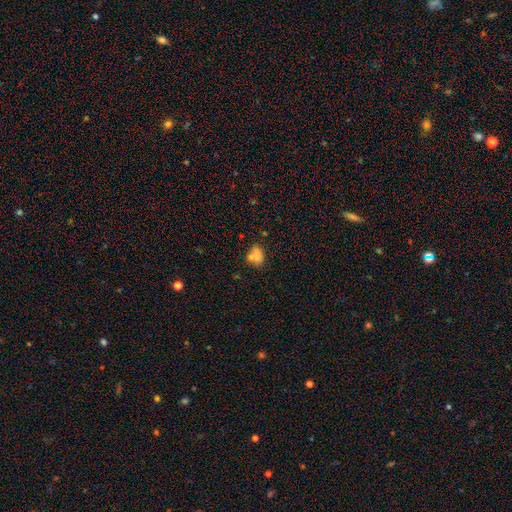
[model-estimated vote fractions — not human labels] smooth 73%, star or artifact 14%, featured or disk 13%. Down the decision tree: how rounded — in between (73%); merging — none (47%).